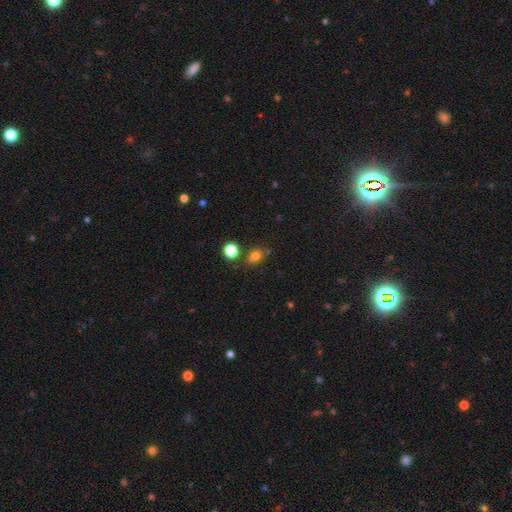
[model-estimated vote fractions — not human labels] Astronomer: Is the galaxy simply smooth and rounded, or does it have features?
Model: smooth — 77%.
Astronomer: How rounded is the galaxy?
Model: round — 59% (runner-up: in between, 40%).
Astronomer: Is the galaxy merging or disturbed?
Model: none — 74%.